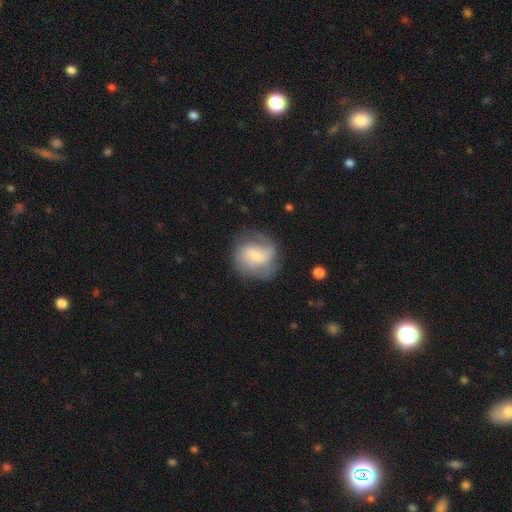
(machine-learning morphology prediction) type=featured or disk (62%); edge-on=no (97%); bar=no (49%); spiral arms=yes (86%); winding=medium (44%); arm count=2 (52%); bulge=small (57%); merging=none (65%).